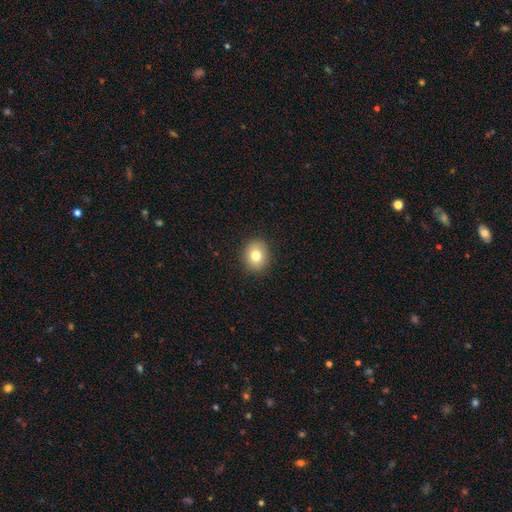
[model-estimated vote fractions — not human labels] Q: Smooth or featured?
A: smooth (78%); runner-up: featured or disk (11%)
Q: How rounded?
A: round (70%); runner-up: in between (29%)
Q: Merging?
A: none (90%); runner-up: minor disturbance (7%)